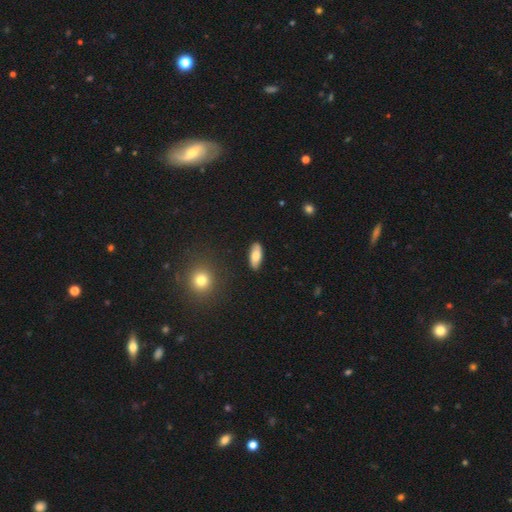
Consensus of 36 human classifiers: This appears to be a smooth galaxy with no disk features (86%) that is in between round and cigar-shaped (77%). Merging: none (94%).